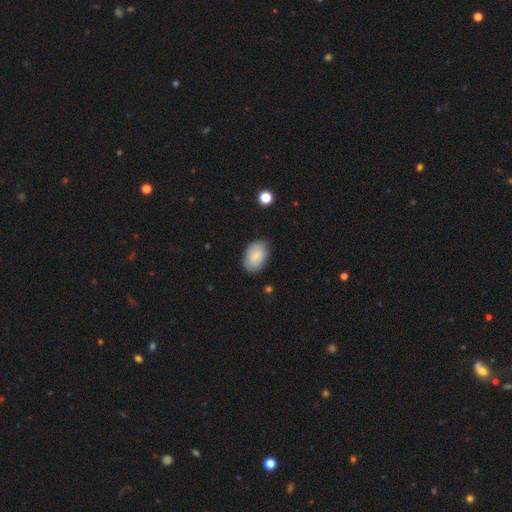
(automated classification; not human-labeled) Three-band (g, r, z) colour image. It shows a smooth galaxy with no disk features (85%) that is in between round and cigar-shaped (89%). Merging: none (83%).